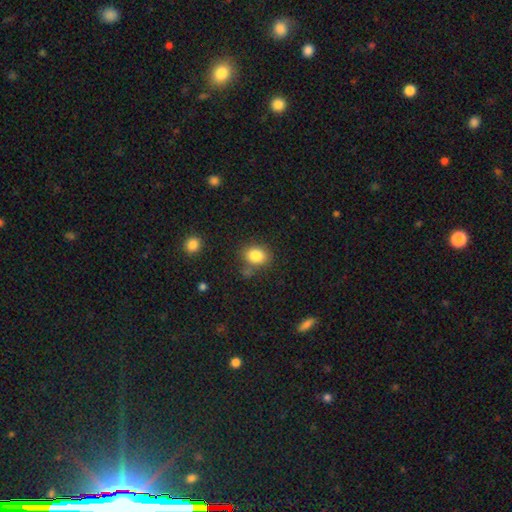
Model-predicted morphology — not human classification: smooth-or-featured: smooth: 84% | star or artifact: 10% | featured or disk: 6%
  how-rounded: in between: 51% | round: 48% | cigar-shaped: 1%
  merging: none: 71% | minor disturbance: 17% | merger: 7% | major disturbance: 5%